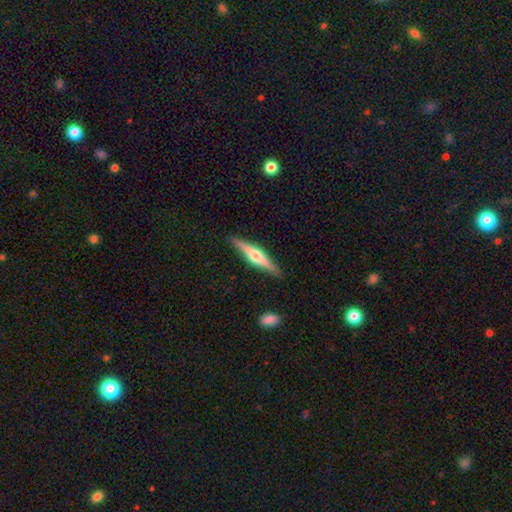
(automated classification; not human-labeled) This is likely a featured or disk galaxy (70%). It is clearly viewed edge-on (98%). Edge-on bulge: clearly rounded (93%). Merging: clearly none (90%).